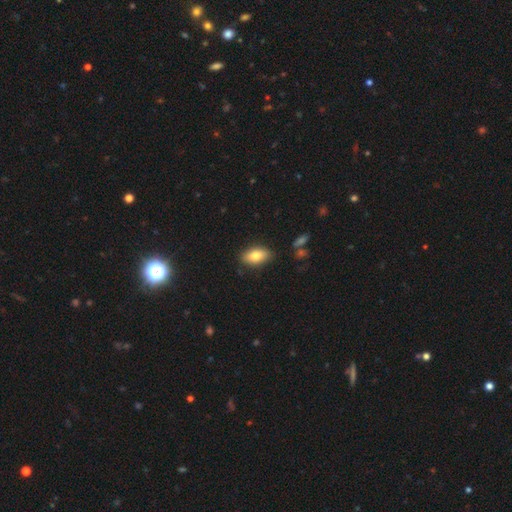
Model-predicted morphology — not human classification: Smooth or featured? Predicted: smooth (p=0.79). How rounded? Predicted: in between (p=0.90). Merging? Predicted: none (p=0.85).